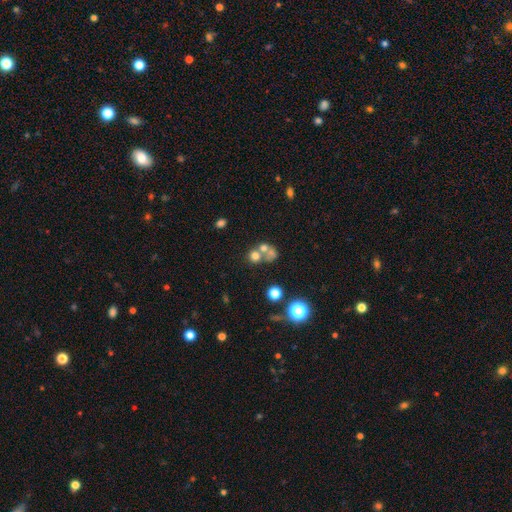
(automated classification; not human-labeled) Smooth or featured: smooth — 62% (featured or disk — 20%)
How rounded: round — 78% (in between — 21%)
Merging: merger — 53% (none — 33%)